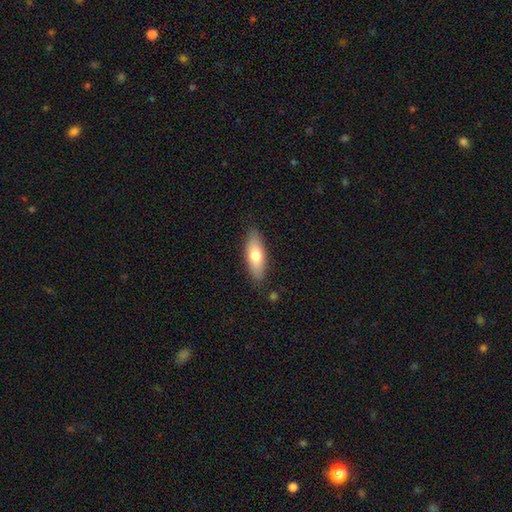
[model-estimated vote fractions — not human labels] This is likely a smooth galaxy (72%). How rounded: likely in between (65%). Merging: clearly none (86%).